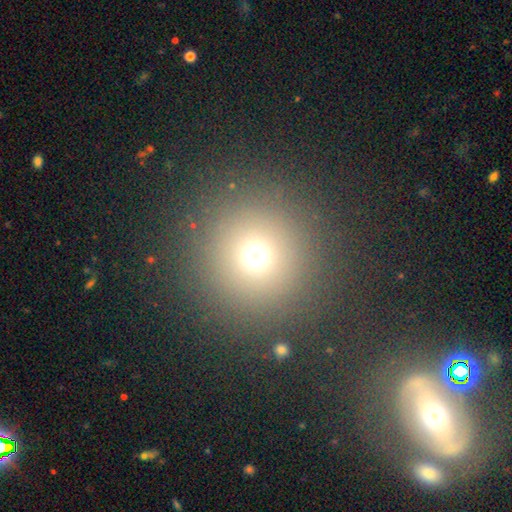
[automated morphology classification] smooth_or_featured: smooth (p=0.68) [alt: star or artifact p=0.24]
how_rounded: round (p=0.95) [alt: in between p=0.04]
merging: none (p=0.87) [alt: minor disturbance p=0.06]